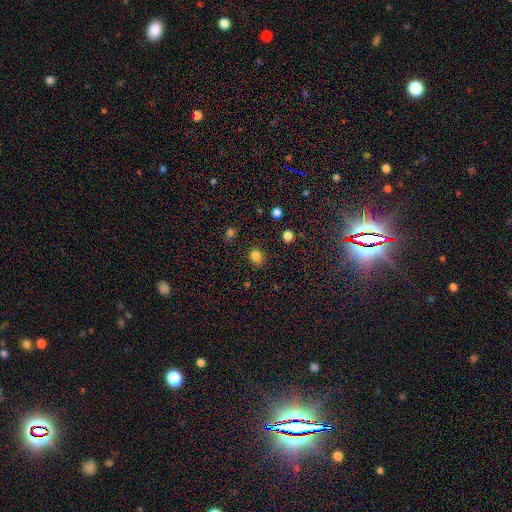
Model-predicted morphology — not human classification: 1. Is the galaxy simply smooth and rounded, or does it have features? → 80% smooth, 15% star or artifact, 5% featured or disk.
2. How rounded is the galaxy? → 55% round, 44% in between, 1% cigar-shaped.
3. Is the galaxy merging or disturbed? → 78% none, 16% minor disturbance, 4% major disturbance, 2% merger.